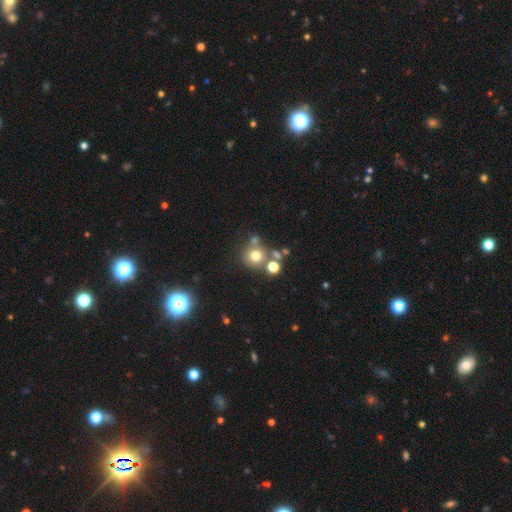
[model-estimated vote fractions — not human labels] smooth 70%, star or artifact 16%, featured or disk 14%. Down the decision tree: how rounded — round (89%); merging — none (61%).